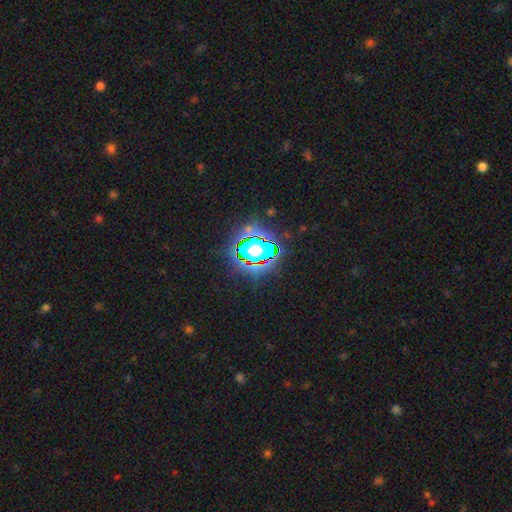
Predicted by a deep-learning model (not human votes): star or artifact 79%, smooth 13%, featured or disk 8%.